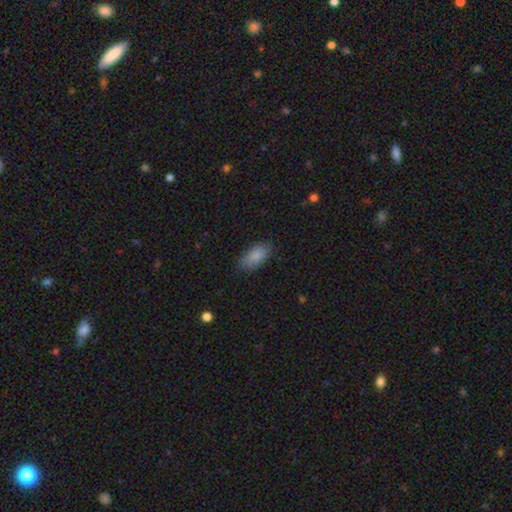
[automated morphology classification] smooth-or-featured: smooth: 86% | featured or disk: 7% | star or artifact: 7%
  how-rounded: in between: 92% | cigar-shaped: 6% | round: 3%
  merging: none: 81% | minor disturbance: 15% | major disturbance: 3% | merger: 1%